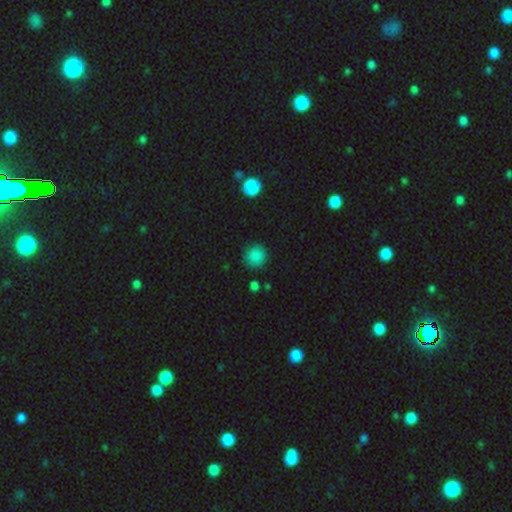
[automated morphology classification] smooth_or_featured: smooth (p=0.85) [alt: star or artifact p=0.11]
how_rounded: round (p=0.92) [alt: in between p=0.07]
merging: none (p=0.86) [alt: minor disturbance p=0.09]